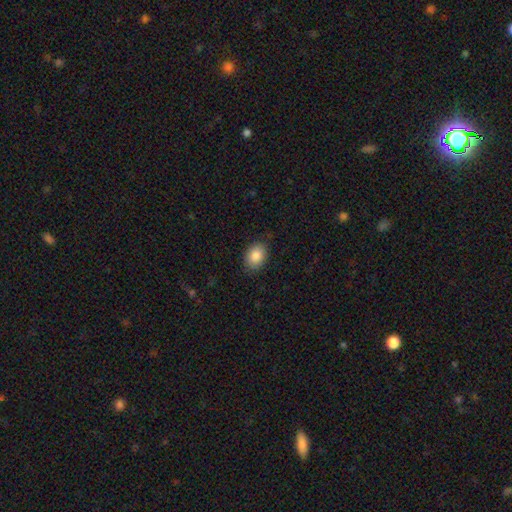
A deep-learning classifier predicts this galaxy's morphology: Q: Smooth or featured?
A: smooth (86%); runner-up: star or artifact (7%)
Q: How rounded?
A: in between (76%); runner-up: round (23%)
Q: Merging?
A: none (84%); runner-up: minor disturbance (12%)